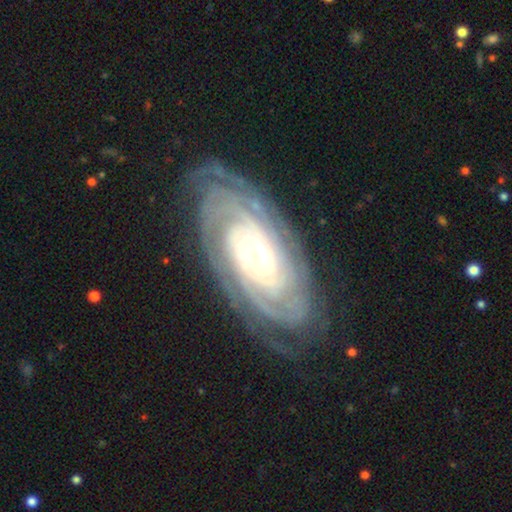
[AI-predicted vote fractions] A featured or disk galaxy (89%) with no bar (57%), tight (84%) spiral arms (98%) and a moderate central bulge (63%).

Vote fractions:
- Smooth or featured? featured or disk: 89% / smooth: 5% / star or artifact: 5%
- Edge-on disk? no: 94% / yes: 6%
- Bar? no: 57% / weak: 26% / strong: 17%
- Spiral arms? yes: 98% / no: 2%
- Spiral winding? tight: 84% / medium: 14% / loose: 2%
- Spiral arm count? can't tell: 27% / more than 4: 20% / 4: 19% / 3: 15% / 2: 13% / 1: 6%
- Bulge size? moderate: 63% / small: 22% / large: 13% / dominant: 1% / none: 1%
- Merging? none: 78% / minor disturbance: 15% / major disturbance: 5% / merger: 1%